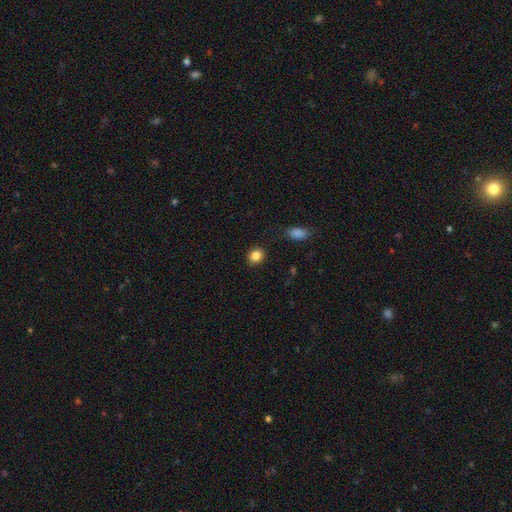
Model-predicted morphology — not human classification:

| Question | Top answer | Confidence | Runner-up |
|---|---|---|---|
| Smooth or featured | smooth | 85% | star or artifact (10%) |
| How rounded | round | 67% | in between (32%) |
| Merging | none | 89% | minor disturbance (7%) |